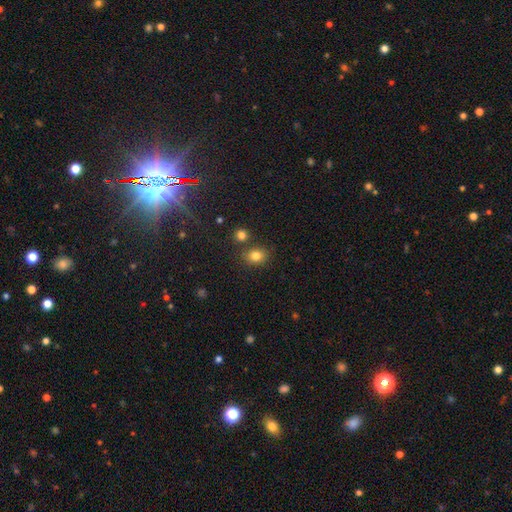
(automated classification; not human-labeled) Smooth or featured: smooth — 81% (star or artifact — 12%)
How rounded: round — 54% (in between — 45%)
Merging: none — 73% (merger — 12%)